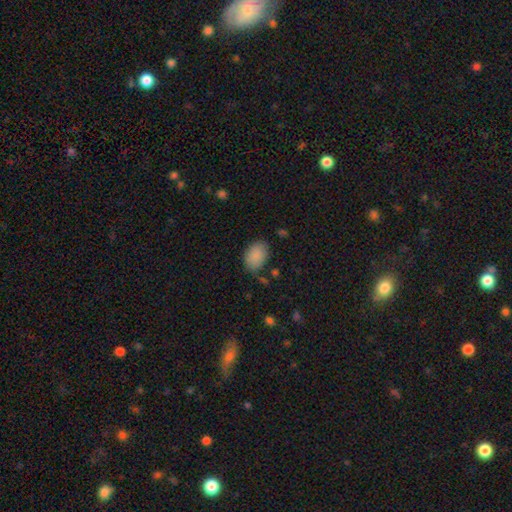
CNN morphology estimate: Overall: smooth (88%). How rounded: in between (84%). Merging: none (72%).